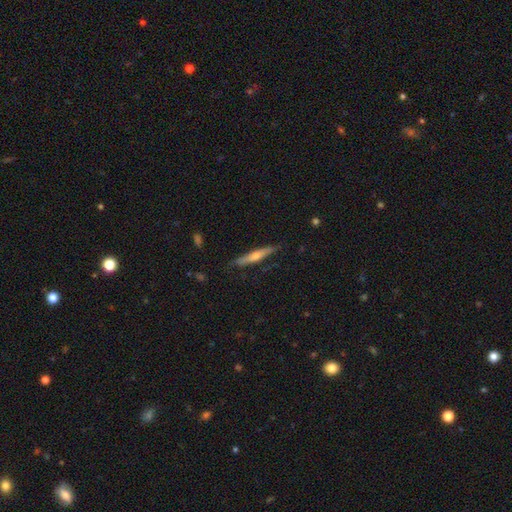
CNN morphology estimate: This appears to be a featured or disk galaxy (60%) viewed edge-on (95%) with a rounded central bulge (82%). Merging: none (84%).